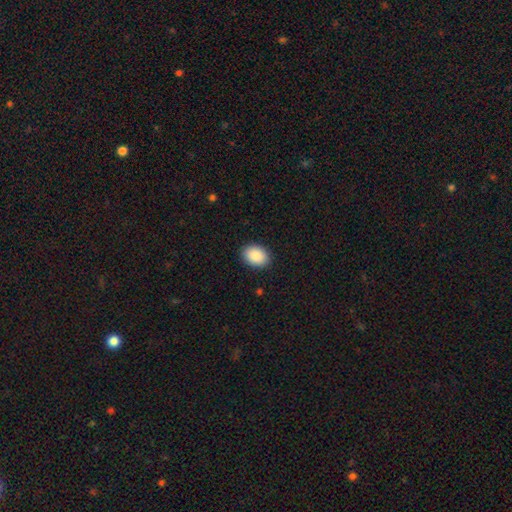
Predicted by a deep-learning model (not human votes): A smooth galaxy with no disk features (91%) that is in between round and cigar-shaped (78%).

Vote fractions:
- Smooth or featured? smooth: 91% / star or artifact: 7% / featured or disk: 3%
- How rounded? in between: 78% / round: 21% / cigar-shaped: 1%
- Merging? none: 90% / minor disturbance: 7% / major disturbance: 2% / merger: 1%